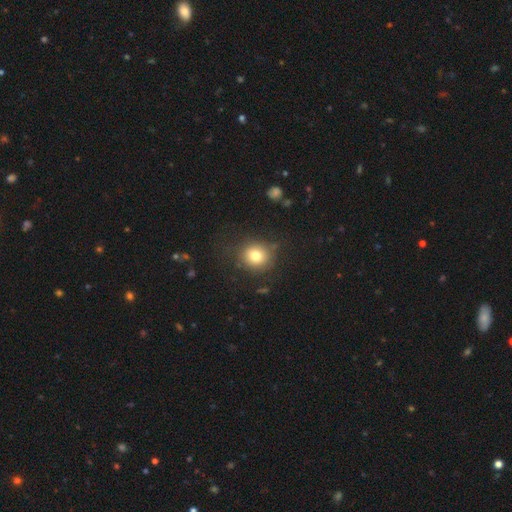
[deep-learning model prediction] This is likely a smooth galaxy (77%). How rounded: clearly round (88%). Merging: clearly none (81%).